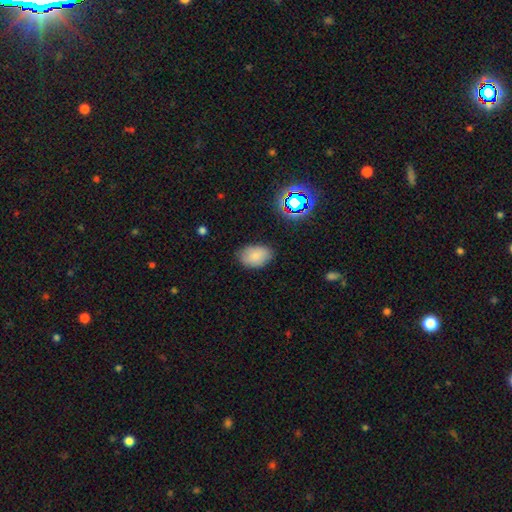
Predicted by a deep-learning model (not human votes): This appears to be a smooth galaxy with no disk features (80%) that is in between round and cigar-shaped (87%). Merging: none (81%).